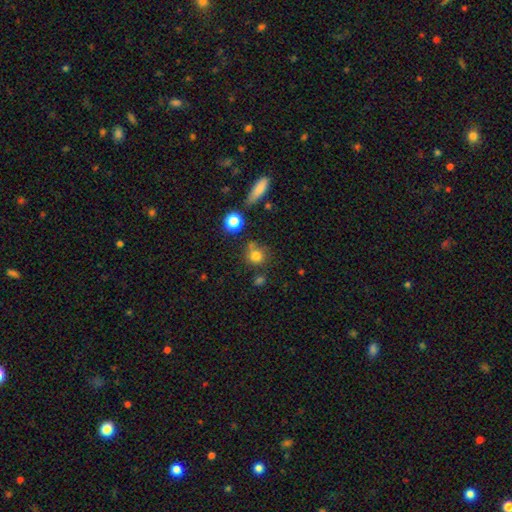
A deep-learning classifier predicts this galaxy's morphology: smooth_or_featured: smooth (p=0.78) [alt: star or artifact p=0.13]
how_rounded: round (p=0.85) [alt: in between p=0.14]
merging: none (p=0.66) [alt: minor disturbance p=0.15]